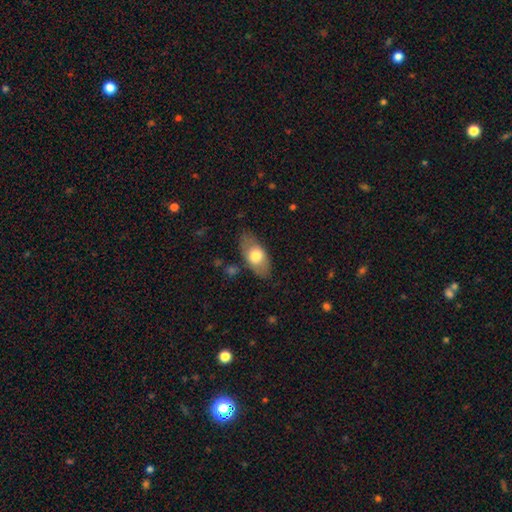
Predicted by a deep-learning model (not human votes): smooth 67%, featured or disk 27%, star or artifact 6%. Down the decision tree: how rounded — in between (89%); merging — none (80%).